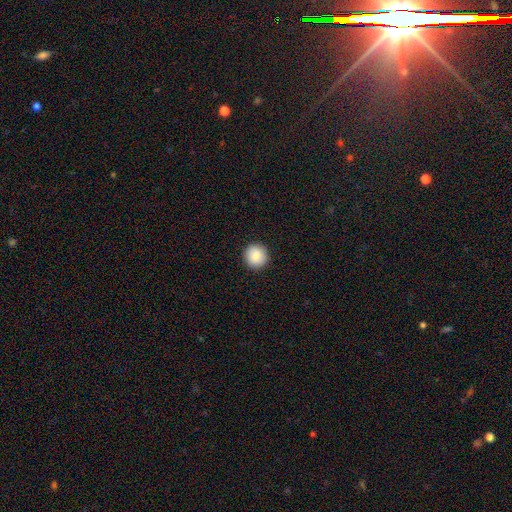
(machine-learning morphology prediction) This appears to be a smooth galaxy with no disk features (87%) that is round (95%). Merging: none (93%).